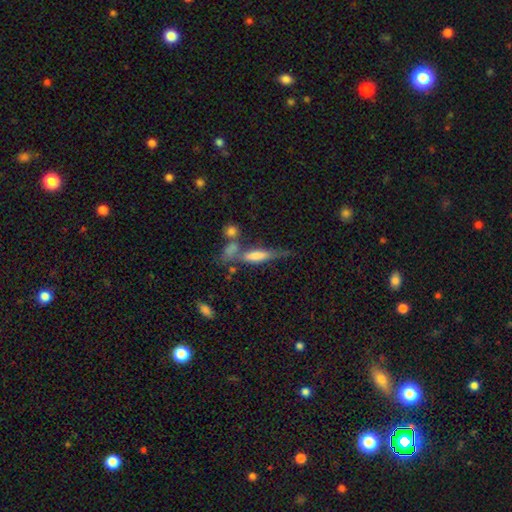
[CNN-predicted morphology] This appears to be a smooth galaxy with no disk features (45%). Merging: none (48%).